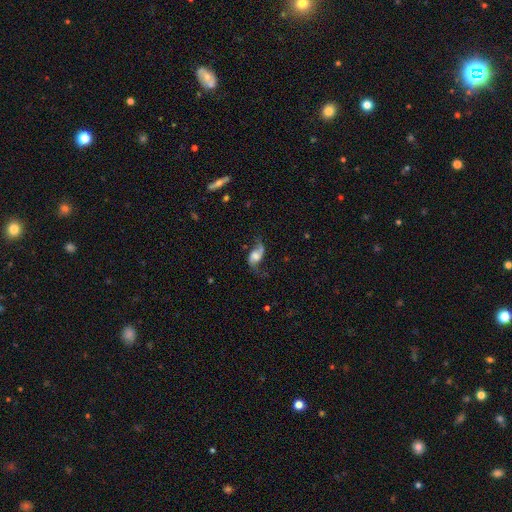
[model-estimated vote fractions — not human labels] Overall: featured or disk (71%). Edge-on disk: no (95%). Bar: no (56%; weak 34%). Spiral arms: yes (91%). Spiral arm count: 2 (87%). Spiral winding: loose (80%). Bulge size: moderate (32%; large 28%). Merging: none (54%; major disturbance 22%).